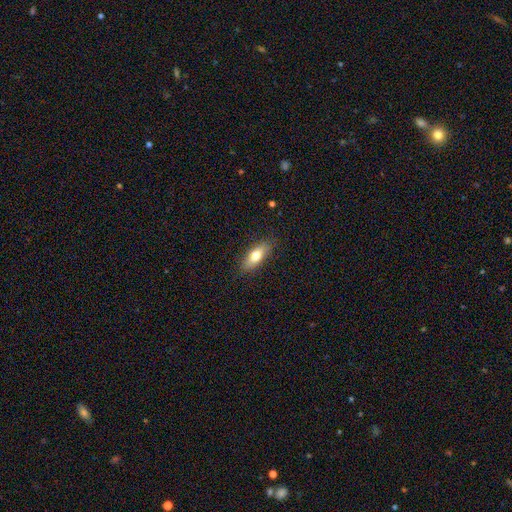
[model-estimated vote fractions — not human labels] A smooth galaxy with no disk features (74%) that is in between round and cigar-shaped (73%).

Vote fractions:
- Smooth or featured? smooth: 74% / featured or disk: 20% / star or artifact: 7%
- How rounded? in between: 73% / cigar-shaped: 24% / round: 3%
- Merging? none: 85% / minor disturbance: 11% / major disturbance: 3% / merger: 1%